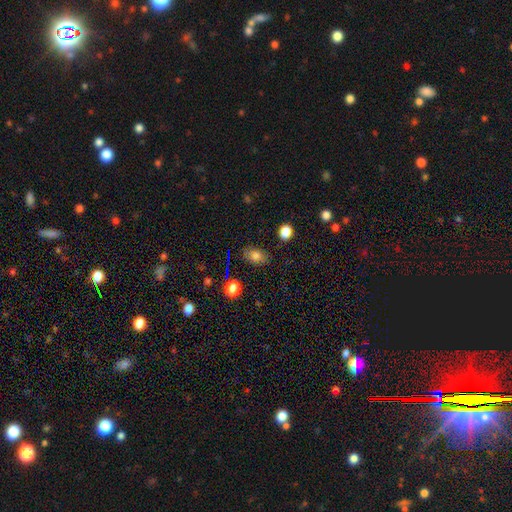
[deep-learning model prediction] This is likely a smooth galaxy (78%). How rounded: likely in between (80%). Merging: clearly none (82%).